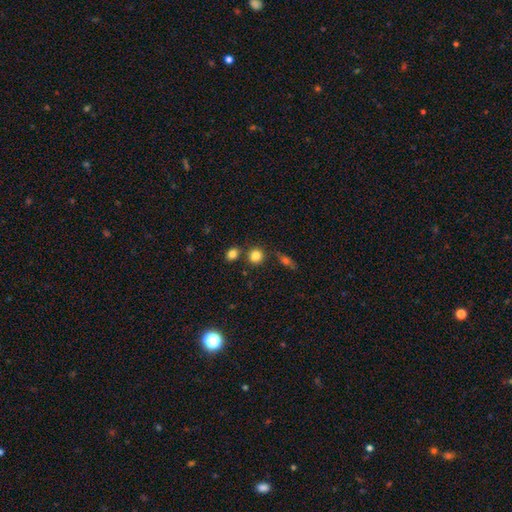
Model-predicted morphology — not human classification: Smooth or featured: smooth — 83% (star or artifact — 11%)
How rounded: round — 85% (in between — 14%)
Merging: none — 75% (merger — 14%)